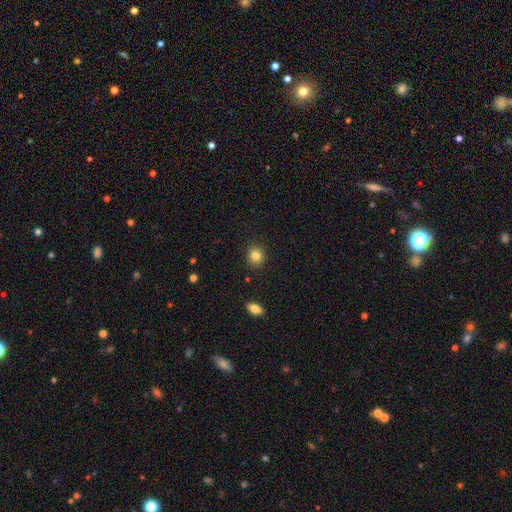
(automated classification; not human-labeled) This appears to be a smooth galaxy with no disk features (84%) that is round (79%). Merging: none (90%).